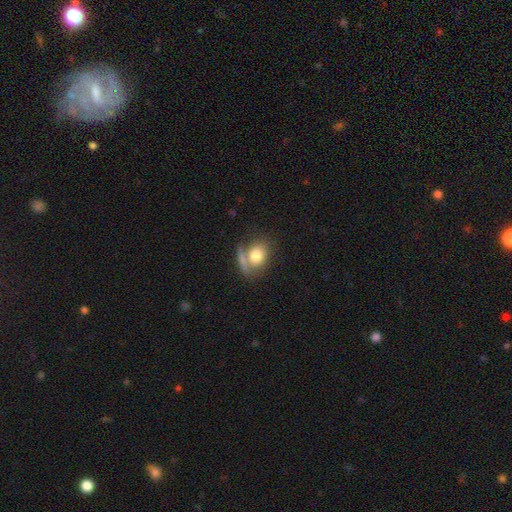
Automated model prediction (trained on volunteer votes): A smooth galaxy with no disk features (77%) that is in between round and cigar-shaped (50%).

Vote fractions:
- Smooth or featured? smooth: 77% / featured or disk: 15% / star or artifact: 8%
- How rounded? in between: 50% / round: 47% / cigar-shaped: 2%
- Merging? none: 47% / merger: 29% / minor disturbance: 14% / major disturbance: 9%